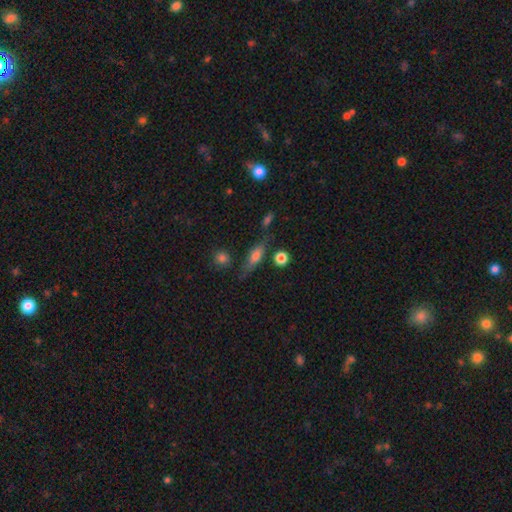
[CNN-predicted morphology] Overall: smooth (59%; featured or disk 31%). How rounded: cigar-shaped (49%; in between 43%). Merging: none (67%).